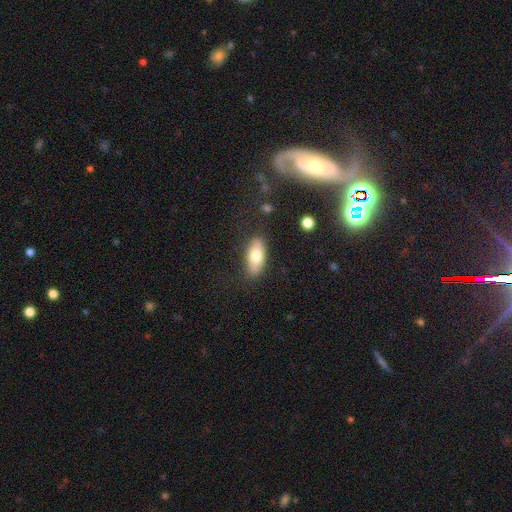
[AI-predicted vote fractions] Smooth or featured: smooth — 73% (featured or disk — 20%)
How rounded: in between — 85% (cigar-shaped — 12%)
Merging: none — 84% (minor disturbance — 11%)